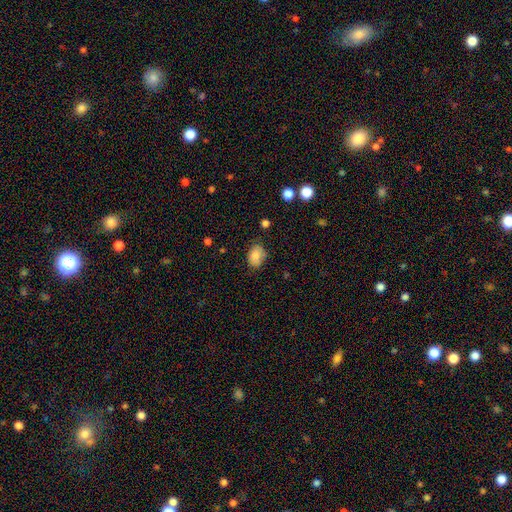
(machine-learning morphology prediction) The model was most divided on "merging": none: 66%, minor disturbance: 25%, major disturbance: 5%, merger: 3%. More confident: smooth or featured — smooth (84%); how rounded — in between (79%).